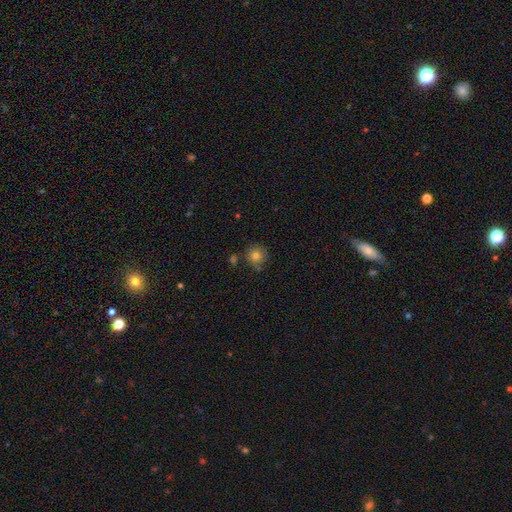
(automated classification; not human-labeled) Smooth or featured?
  - smooth: 79% *
  - star or artifact: 11%
  - featured or disk: 10%
How rounded?
  - round: 92% *
  - in between: 7%
  - cigar-shaped: 1%
Merging?
  - none: 73% *
  - minor disturbance: 18%
  - merger: 5%
  - major disturbance: 4%